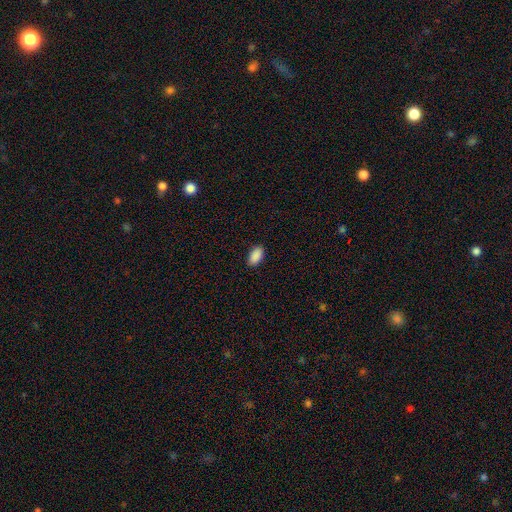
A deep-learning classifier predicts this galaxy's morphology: Q: Smooth or featured?
A: smooth (91%); runner-up: star or artifact (7%)
Q: How rounded?
A: in between (94%); runner-up: round (3%)
Q: Merging?
A: none (89%); runner-up: minor disturbance (9%)